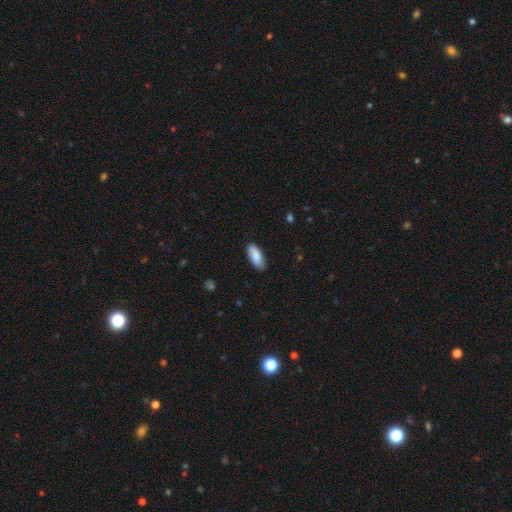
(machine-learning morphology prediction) This is clearly a smooth galaxy (88%). How rounded: clearly in between (81%). Merging: clearly none (87%).